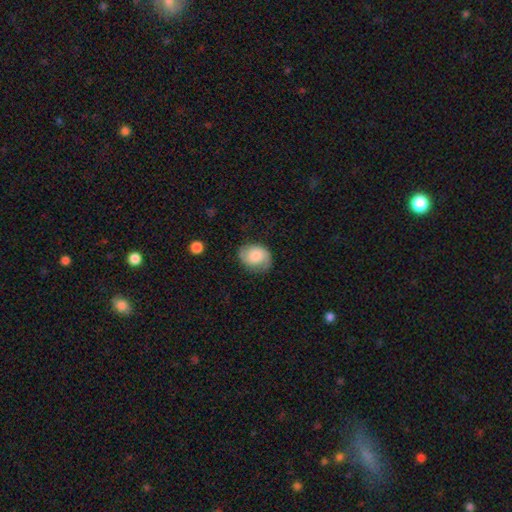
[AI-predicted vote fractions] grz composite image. It shows a smooth galaxy with no disk features (61%) that is in between round and cigar-shaped (55%). Merging: none (67%).